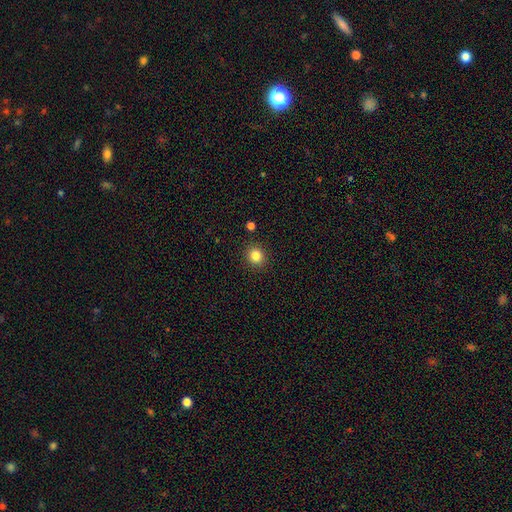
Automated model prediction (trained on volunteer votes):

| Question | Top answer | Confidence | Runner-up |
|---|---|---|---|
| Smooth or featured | smooth | 84% | star or artifact (11%) |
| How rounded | round | 88% | in between (11%) |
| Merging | none | 90% | minor disturbance (6%) |